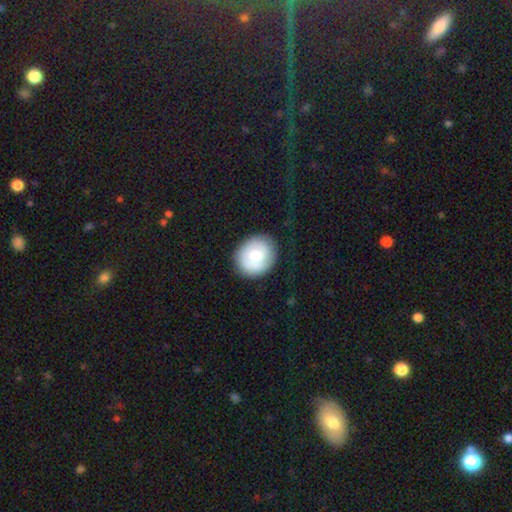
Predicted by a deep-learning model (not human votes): Morphology: type=smooth (65%); roundness=round (74%); merging=none (81%).